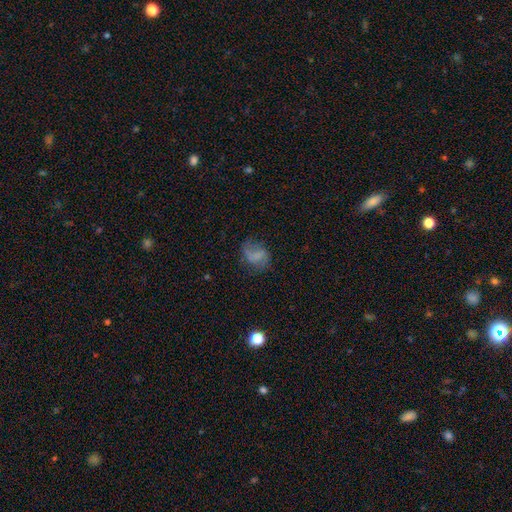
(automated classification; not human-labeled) Overall: featured or disk (47%; smooth 42%). Merging: none (55%; minor disturbance 24%).